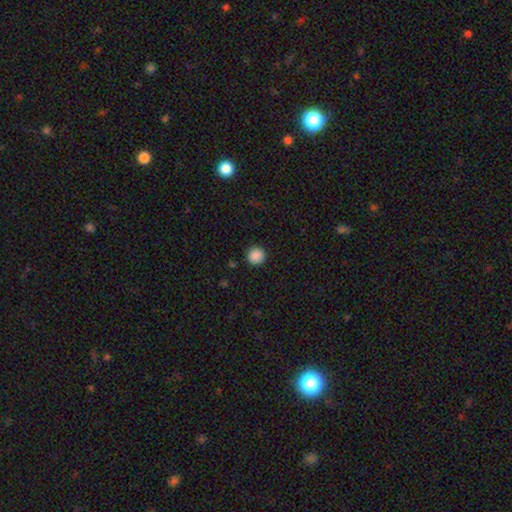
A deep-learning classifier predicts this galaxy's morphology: smooth 88%, star or artifact 9%, featured or disk 2%. Down the decision tree: how rounded — round (96%); merging — none (92%).